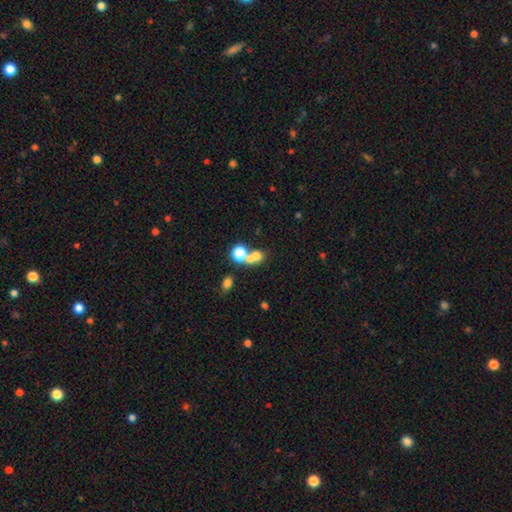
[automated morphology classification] This appears to be a smooth galaxy with no disk features (64%) that is round (66%). Merging: merger (56%).